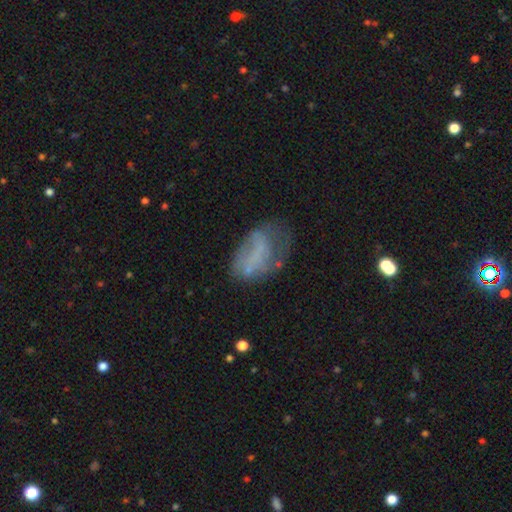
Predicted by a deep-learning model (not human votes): Overall: featured or disk (44%; smooth 43%). Merging: none (39%; major disturbance 29%).